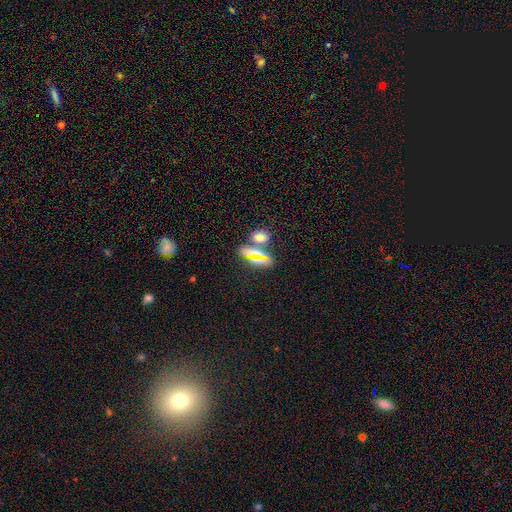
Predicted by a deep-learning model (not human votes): Smooth or featured?
  - smooth: 56% *
  - star or artifact: 26%
  - featured or disk: 18%
How rounded?
  - in between: 64% *
  - cigar-shaped: 20%
  - round: 17%
Merging?
  - none: 56% *
  - merger: 28%
  - minor disturbance: 11%
  - major disturbance: 6%